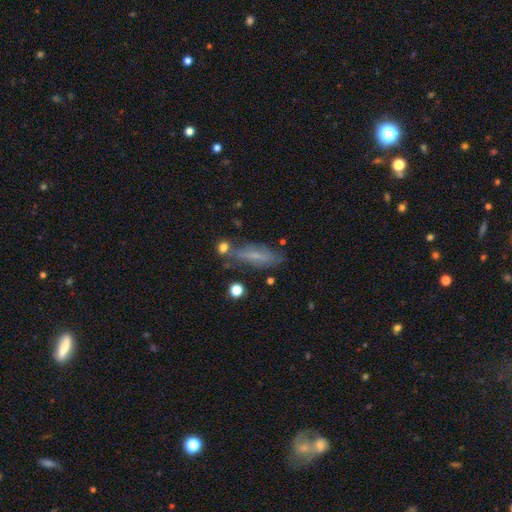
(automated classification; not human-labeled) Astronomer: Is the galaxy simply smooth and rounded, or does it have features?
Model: smooth — 46% (runner-up: featured or disk, 43%).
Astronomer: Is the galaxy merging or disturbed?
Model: none — 62%.